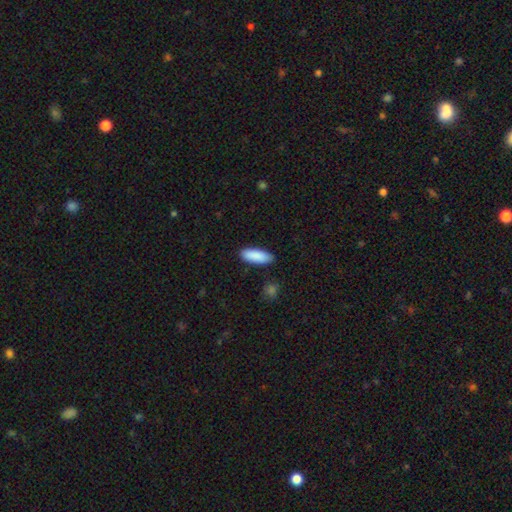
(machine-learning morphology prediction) Smooth or featured?
  - smooth: 90% *
  - star or artifact: 6%
  - featured or disk: 5%
How rounded?
  - in between: 69% *
  - cigar-shaped: 30%
  - round: 2%
Merging?
  - none: 87% *
  - minor disturbance: 9%
  - major disturbance: 2%
  - merger: 2%